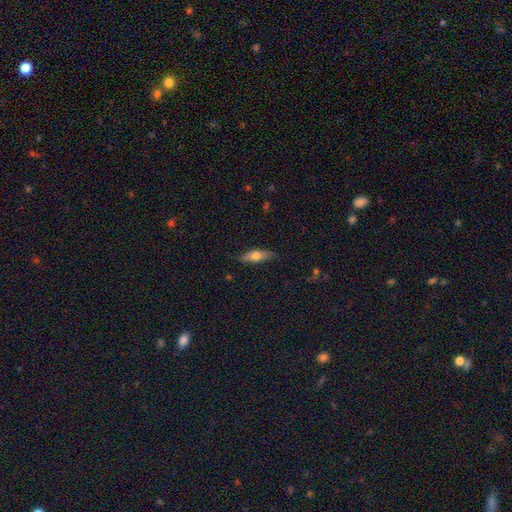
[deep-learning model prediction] smooth 64%, featured or disk 29%, star or artifact 7%. Down the decision tree: how rounded — in between (54%); merging — none (79%).